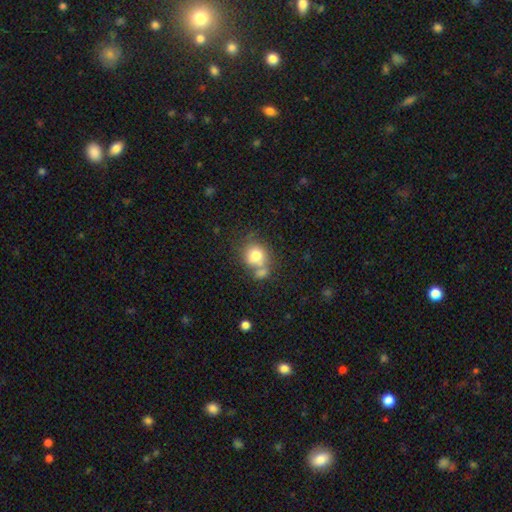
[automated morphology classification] Smooth or featured? Predicted: smooth (p=0.77). How rounded? Predicted: round (p=0.76). Merging? Predicted: none (p=0.43).